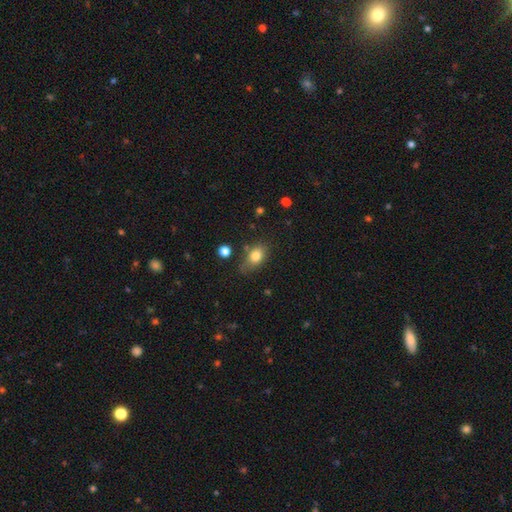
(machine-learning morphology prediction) Q: Smooth or featured?
A: smooth (80%); runner-up: featured or disk (11%)
Q: How rounded?
A: in between (75%); runner-up: round (22%)
Q: Merging?
A: none (60%); runner-up: minor disturbance (27%)